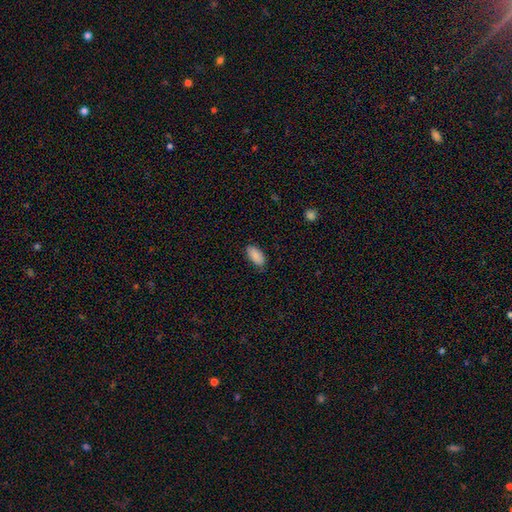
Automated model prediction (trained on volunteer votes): smooth-or-featured: smooth: 88% | star or artifact: 7% | featured or disk: 5%
  how-rounded: in between: 93% | cigar-shaped: 5% | round: 2%
  merging: none: 83% | minor disturbance: 13% | major disturbance: 2% | merger: 1%